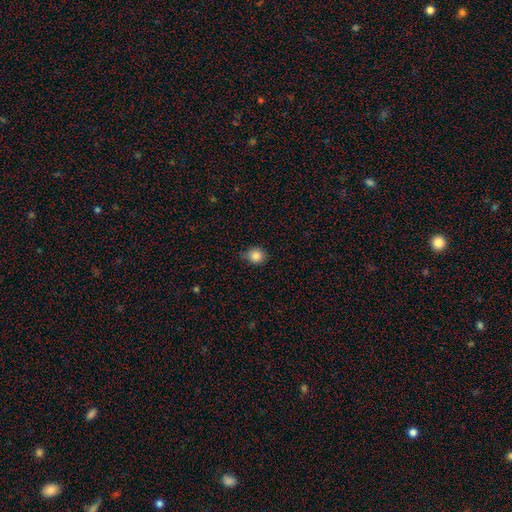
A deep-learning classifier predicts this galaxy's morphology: Smooth or featured? Predicted: smooth (p=0.85). How rounded? Predicted: round (p=0.83). Merging? Predicted: none (p=0.77).